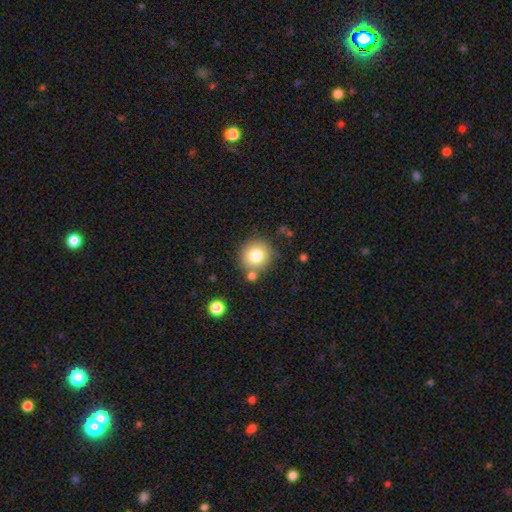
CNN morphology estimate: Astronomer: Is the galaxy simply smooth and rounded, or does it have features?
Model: smooth — 79%.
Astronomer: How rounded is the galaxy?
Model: round — 91%.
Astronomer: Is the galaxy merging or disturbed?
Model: none — 79%.